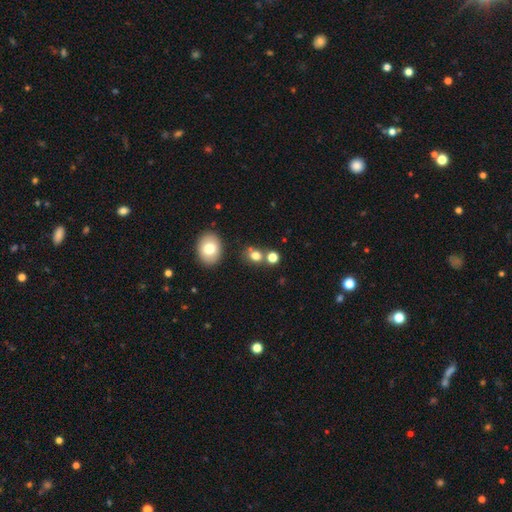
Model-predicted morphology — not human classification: Smooth or featured? smooth (76%)
How rounded? round (65%)
Merging? none (64%)